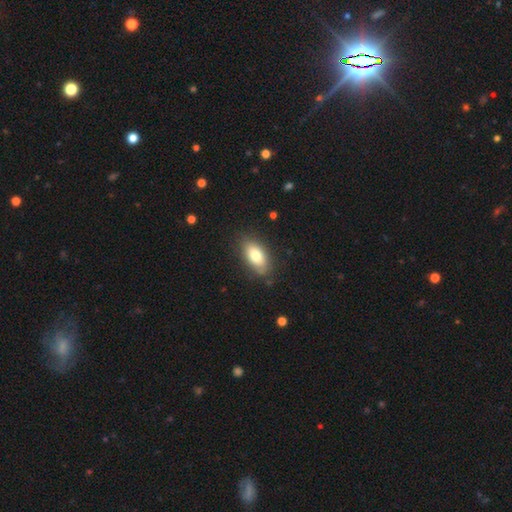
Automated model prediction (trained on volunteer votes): A smooth galaxy with no disk features (78%) that is in between round and cigar-shaped (90%).

Vote fractions:
- Smooth or featured? smooth: 78% / featured or disk: 15% / star or artifact: 7%
- How rounded? in between: 90% / cigar-shaped: 6% / round: 4%
- Merging? none: 81% / minor disturbance: 14% / major disturbance: 3% / merger: 1%